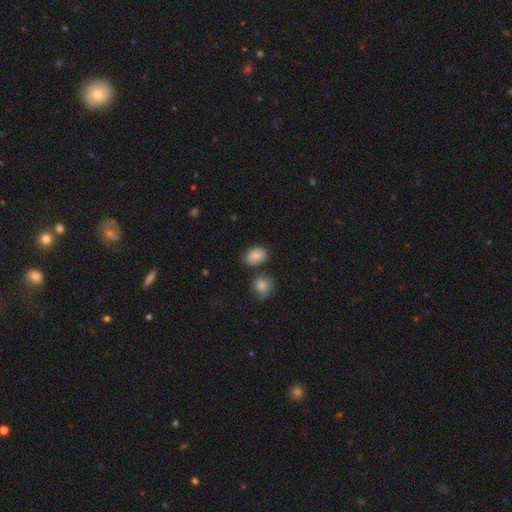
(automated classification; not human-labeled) Smooth or featured? smooth (85%)
How rounded? in between (74%)
Merging? none (68%)